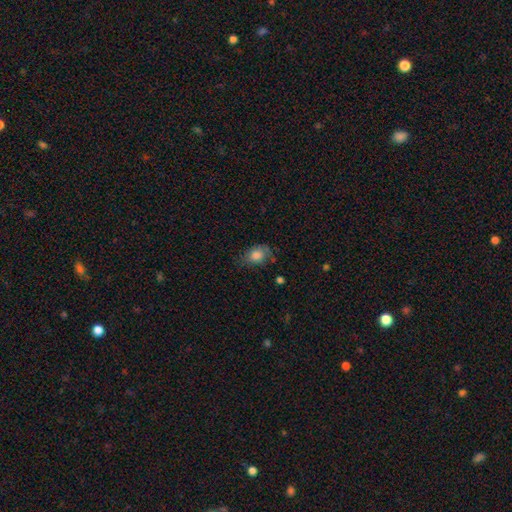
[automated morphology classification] A smooth galaxy with no disk features (83%) that is in between round and cigar-shaped (73%). Merging: none (65%).